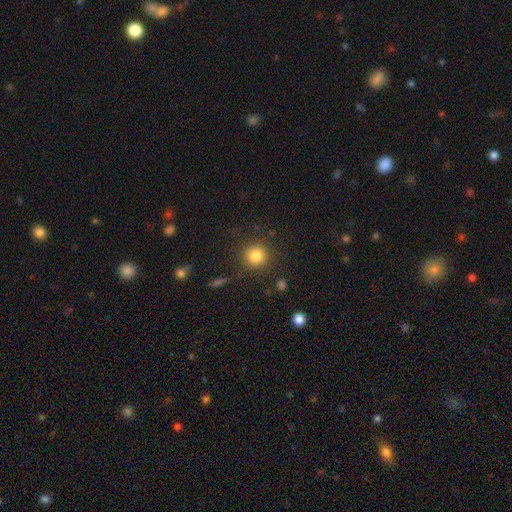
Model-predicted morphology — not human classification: Smooth or featured? smooth (83%)
How rounded? round (92%)
Merging? none (87%)